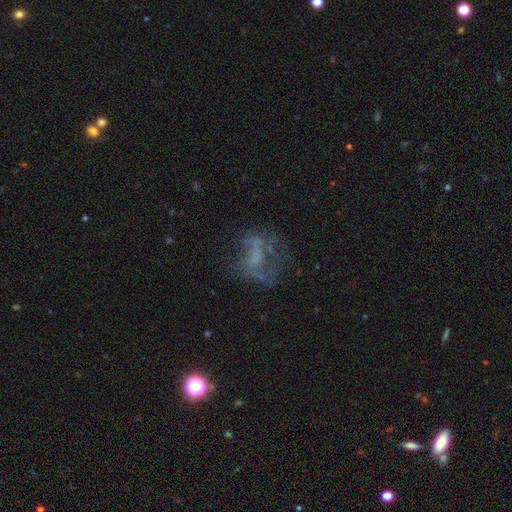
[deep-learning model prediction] smooth-or-featured: featured or disk: 55% | star or artifact: 23% | smooth: 21%
  disk-edge-on: no: 96% | yes: 4%
    bar: no: 61% | weak: 25% | strong: 13%
    has-spiral-arms: no: 61% | yes: 39%
    bulge-size: none: 70% | small: 17% | moderate: 9% | large: 3% | dominant: 1%
  merging: none: 46% | major disturbance: 32% | minor disturbance: 17% | merger: 4%